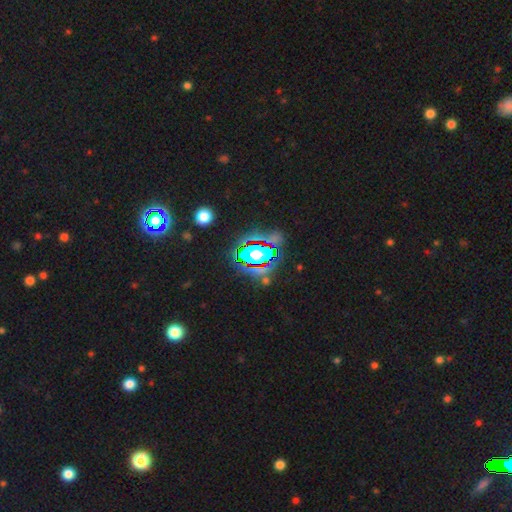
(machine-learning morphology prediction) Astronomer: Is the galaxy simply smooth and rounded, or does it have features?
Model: star or artifact — 59%.